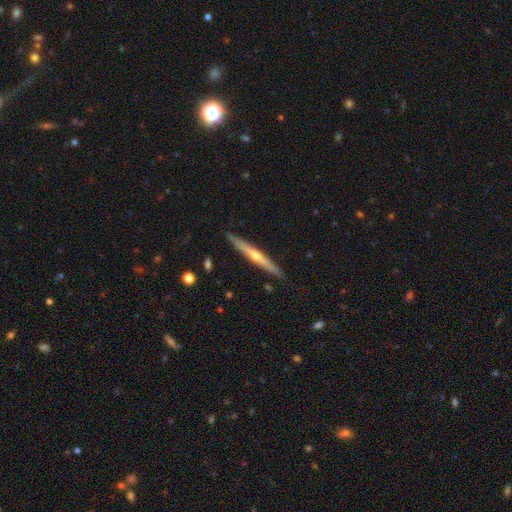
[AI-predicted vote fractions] This appears to be a featured or disk galaxy (66%) viewed edge-on (97%) with a rounded central bulge (73%). Merging: none (90%).